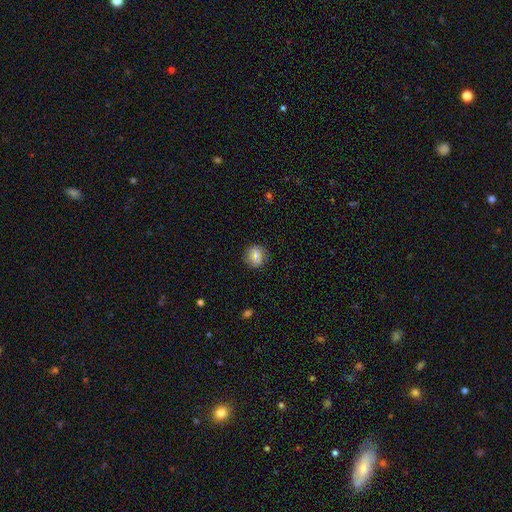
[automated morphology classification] Overall: smooth (76%). How rounded: round (82%). Merging: none (84%).